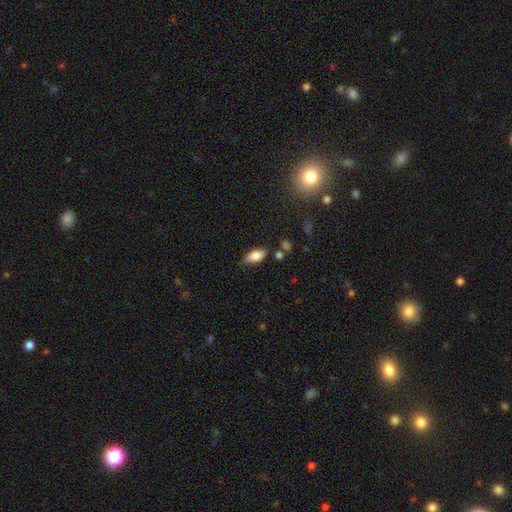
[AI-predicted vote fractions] smooth_or_featured: smooth (p=0.82) [alt: featured or disk p=0.10]
how_rounded: in between (p=0.87) [alt: cigar-shaped p=0.11]
merging: none (p=0.77) [alt: minor disturbance p=0.16]